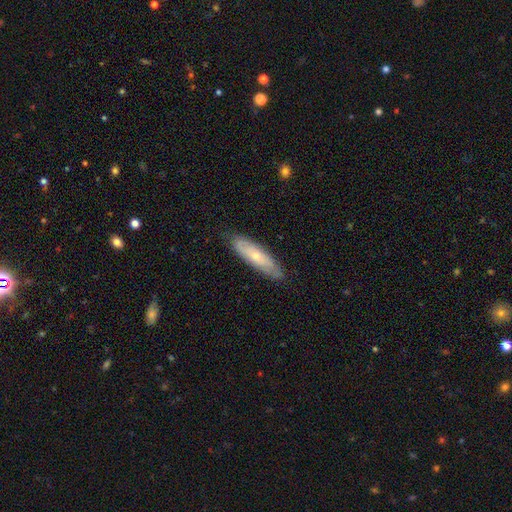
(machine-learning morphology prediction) This is possibly a smooth galaxy (51%). How rounded: likely cigar-shaped (64%). Merging: clearly none (80%).